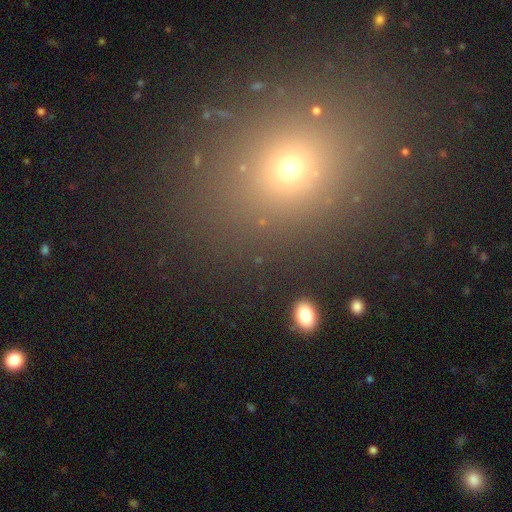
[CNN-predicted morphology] Smooth or featured? Predicted: smooth (p=0.58). How rounded? Predicted: round (p=0.56). Merging? Predicted: none (p=0.85).